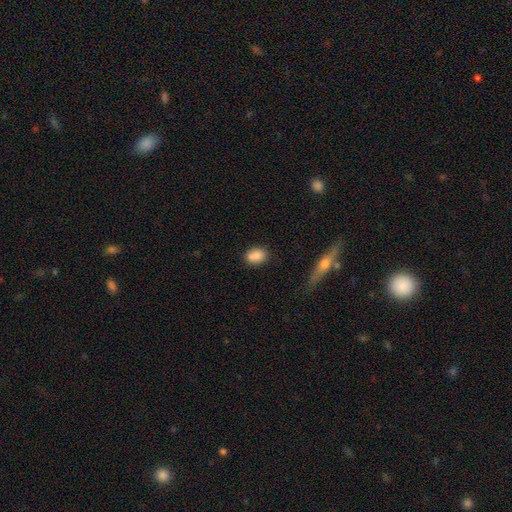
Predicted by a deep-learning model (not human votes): Smooth or featured?
  - smooth: 83% *
  - featured or disk: 9%
  - star or artifact: 9%
How rounded?
  - in between: 70% *
  - round: 28%
  - cigar-shaped: 2%
Merging?
  - none: 67% *
  - minor disturbance: 16%
  - merger: 13%
  - major disturbance: 4%